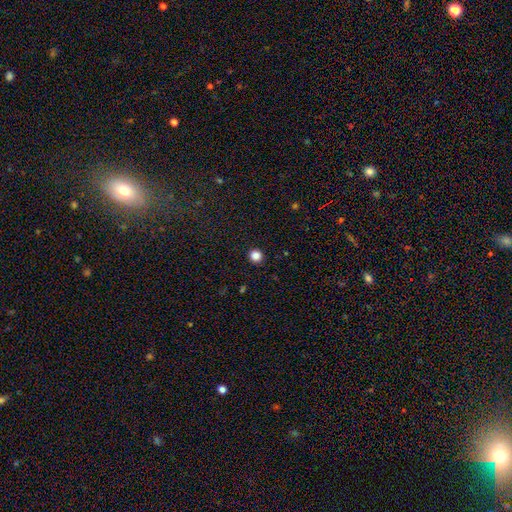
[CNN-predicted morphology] Q: Smooth or featured?
A: smooth (85%); runner-up: star or artifact (12%)
Q: How rounded?
A: round (93%); runner-up: in between (6%)
Q: Merging?
A: none (93%); runner-up: minor disturbance (4%)